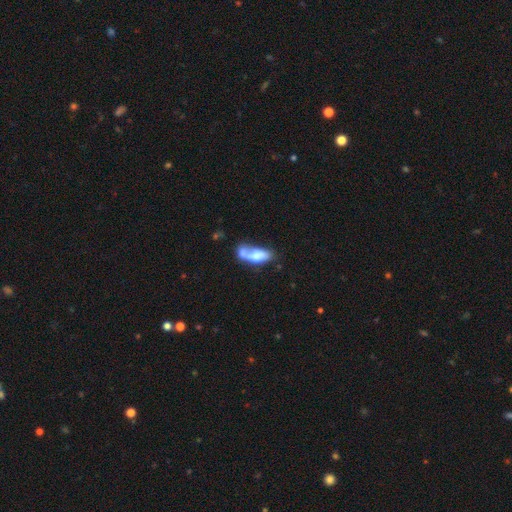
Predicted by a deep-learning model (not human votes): The model was most divided on "smooth or featured": smooth: 65%, featured or disk: 28%, star or artifact: 7%. More confident: how rounded — in between (75%); merging — merger (60%).